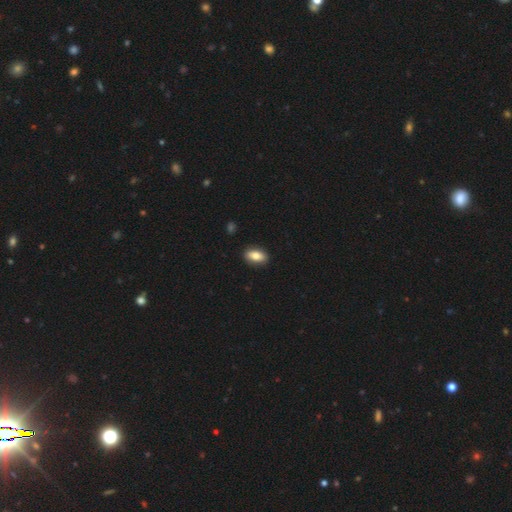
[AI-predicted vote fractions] Smooth or featured? Predicted: smooth (p=0.80). How rounded? Predicted: in between (p=0.88). Merging? Predicted: none (p=0.88).